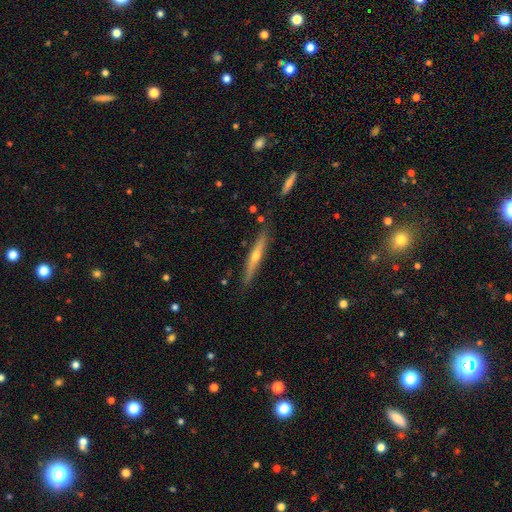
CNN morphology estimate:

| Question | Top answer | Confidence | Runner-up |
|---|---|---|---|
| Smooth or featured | featured or disk | 62% | smooth (32%) |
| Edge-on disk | yes | 95% | no (5%) |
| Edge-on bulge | rounded | 83% | none (15%) |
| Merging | none | 86% | minor disturbance (10%) |